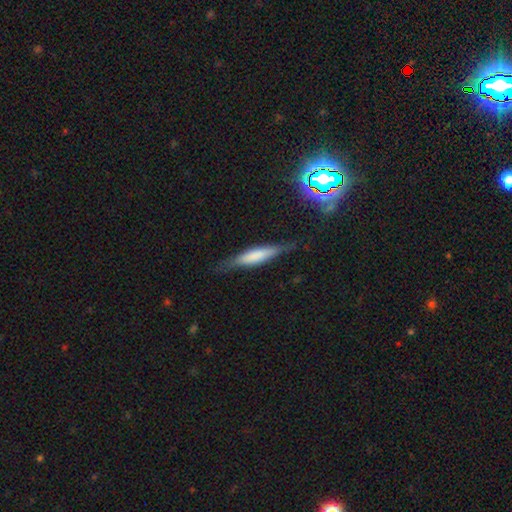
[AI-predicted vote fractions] A smooth galaxy with no disk features (53%) that is cigar-shaped (82%).

Vote fractions:
- Smooth or featured? smooth: 53% / featured or disk: 40% / star or artifact: 7%
- How rounded? cigar-shaped: 82% / in between: 16% / round: 2%
- Merging? none: 78% / minor disturbance: 16% / major disturbance: 5% / merger: 2%